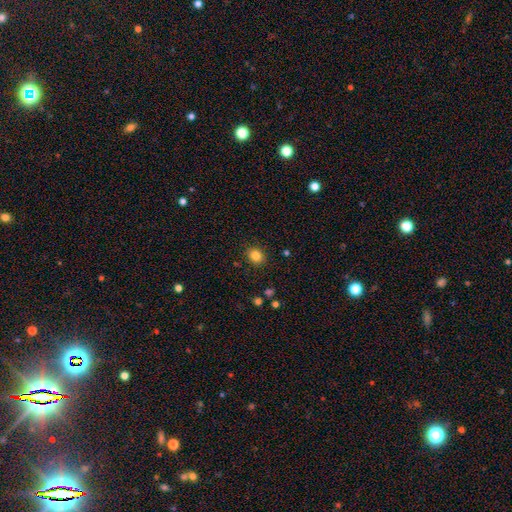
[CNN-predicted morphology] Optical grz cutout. It shows a smooth galaxy with no disk features (84%) that is round (65%). Merging: none (89%).